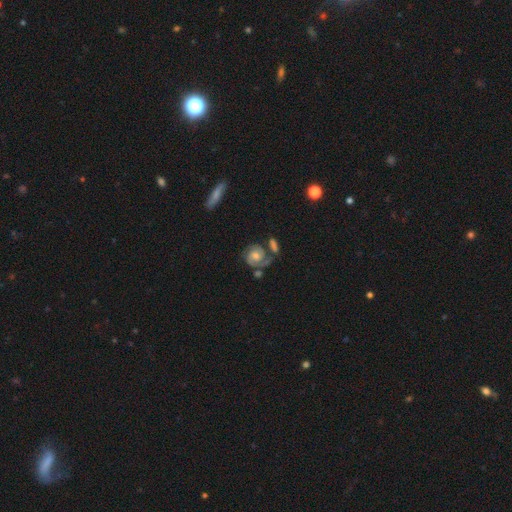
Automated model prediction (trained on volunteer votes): A featured or disk galaxy (74%) with no bar (72%), 2 (64%) tight (53%) spiral arms (92%) and a moderate central bulge (58%). Merging: none (52%).